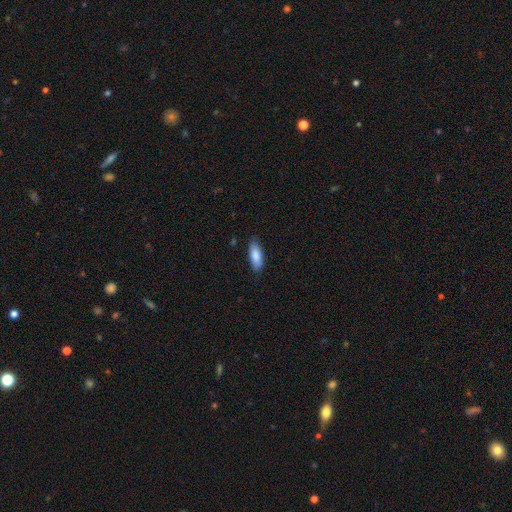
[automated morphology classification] type=smooth (84%); roundness=in between (72%); merging=none (81%).